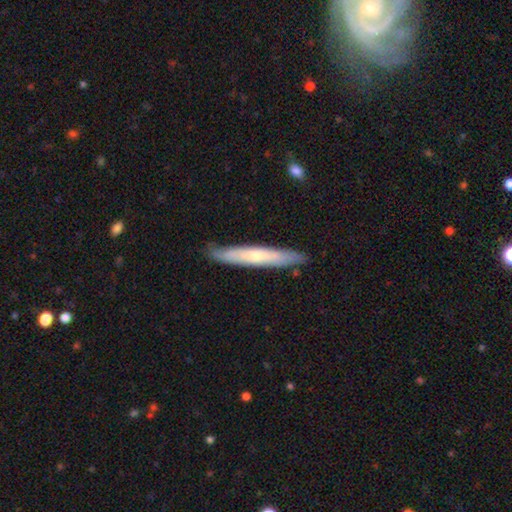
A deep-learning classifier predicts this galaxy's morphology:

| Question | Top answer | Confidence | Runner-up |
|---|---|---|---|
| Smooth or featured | featured or disk | 49% | smooth (45%) |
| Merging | none | 84% | minor disturbance (13%) |